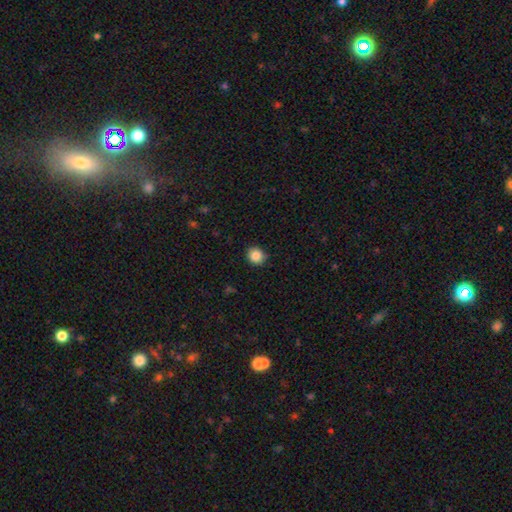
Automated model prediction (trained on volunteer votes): Q: Smooth or featured?
A: smooth (86%); runner-up: star or artifact (10%)
Q: How rounded?
A: round (83%); runner-up: in between (16%)
Q: Merging?
A: none (86%); runner-up: minor disturbance (11%)